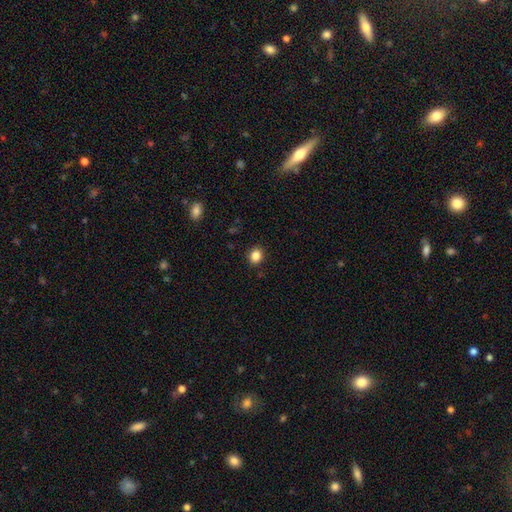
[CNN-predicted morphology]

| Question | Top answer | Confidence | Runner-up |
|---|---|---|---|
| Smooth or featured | smooth | 85% | star or artifact (11%) |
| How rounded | round | 71% | in between (28%) |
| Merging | none | 90% | minor disturbance (7%) |